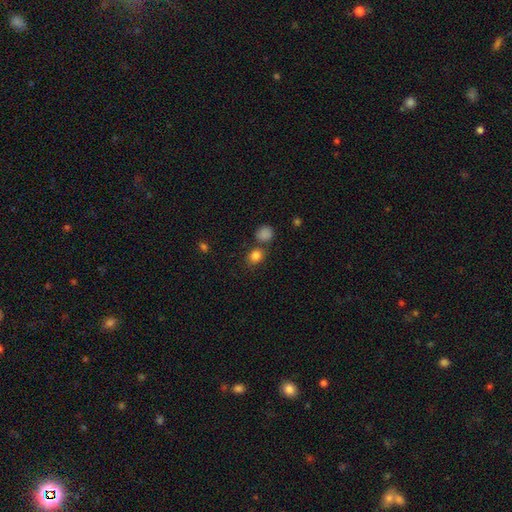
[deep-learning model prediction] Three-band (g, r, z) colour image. It shows a smooth galaxy with no disk features (83%) that is round (65%). Merging: none (70%).